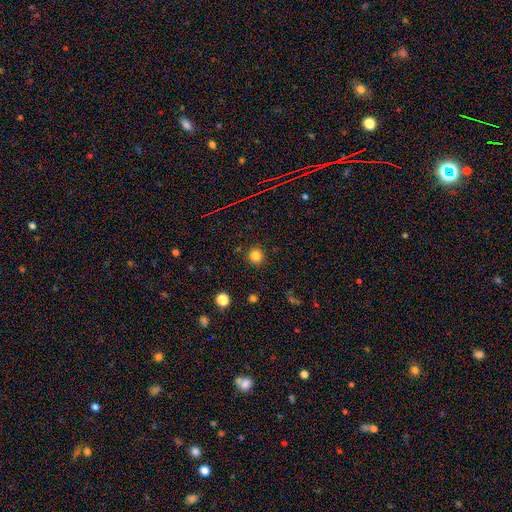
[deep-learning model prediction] smooth-or-featured: smooth: 81% | star or artifact: 14% | featured or disk: 5%
  how-rounded: round: 92% | in between: 7% | cigar-shaped: 1%
  merging: none: 90% | minor disturbance: 6% | major disturbance: 2% | merger: 2%